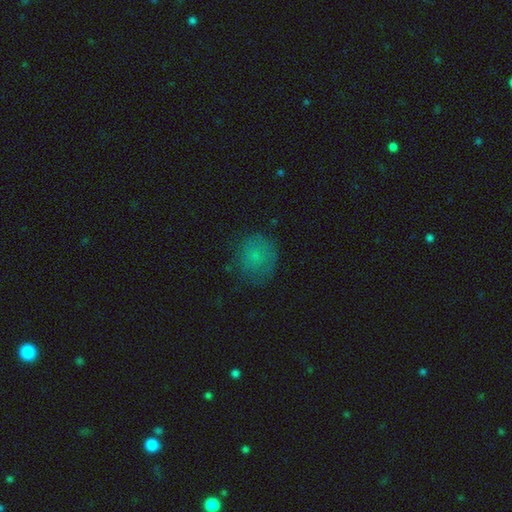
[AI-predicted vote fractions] Smooth or featured? Predicted: smooth (p=0.69). How rounded? Predicted: round (p=0.78). Merging? Predicted: none (p=0.68).